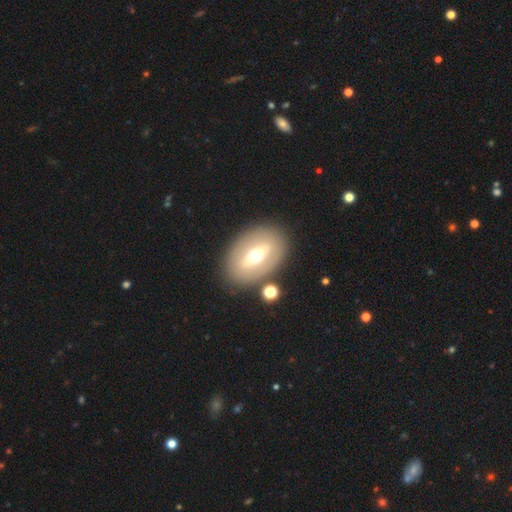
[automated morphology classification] Smooth or featured? featured or disk (56%)
Edge-on disk? no (74%)
Merging? none (82%)